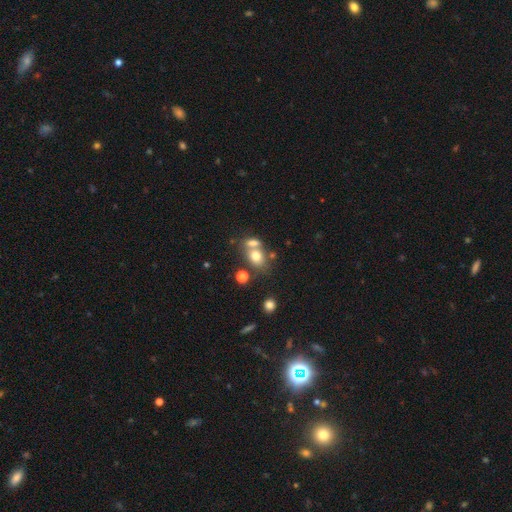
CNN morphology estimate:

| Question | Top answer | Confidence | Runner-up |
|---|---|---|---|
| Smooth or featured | smooth | 73% | featured or disk (15%) |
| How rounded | in between | 55% | round (43%) |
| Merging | merger | 45% | none (40%) |